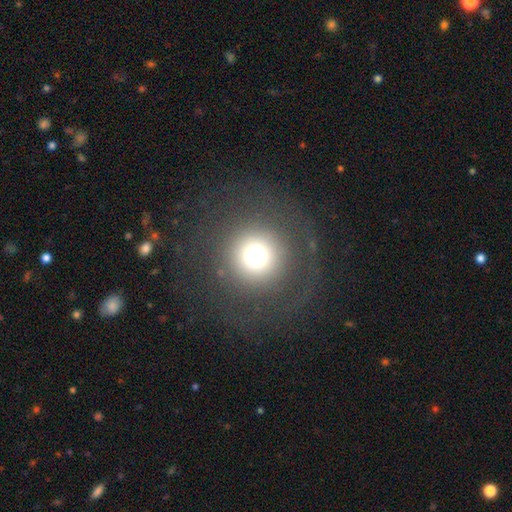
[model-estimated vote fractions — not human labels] Smooth or featured: smooth — 70% (star or artifact — 17%)
How rounded: round — 95% (in between — 4%)
Merging: none — 79% (major disturbance — 11%)